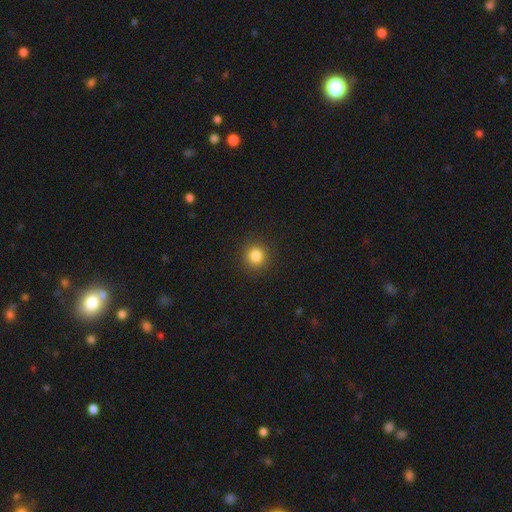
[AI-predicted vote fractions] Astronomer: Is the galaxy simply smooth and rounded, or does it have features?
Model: smooth — 84%.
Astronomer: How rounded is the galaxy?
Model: round — 92%.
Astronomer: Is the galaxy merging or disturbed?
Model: none — 91%.